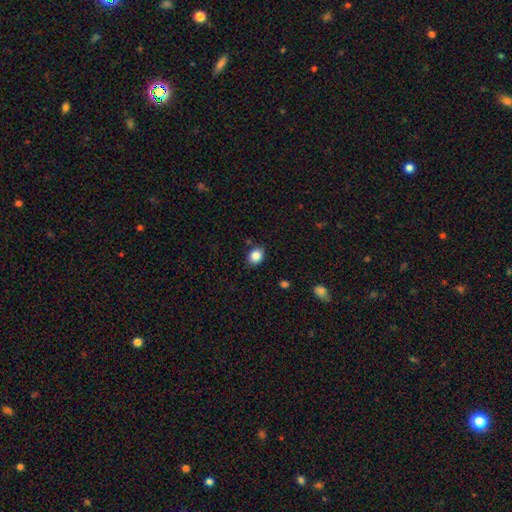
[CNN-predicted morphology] Smooth or featured: smooth — 86% (star or artifact — 9%)
How rounded: in between — 57% (round — 42%)
Merging: none — 85% (minor disturbance — 11%)